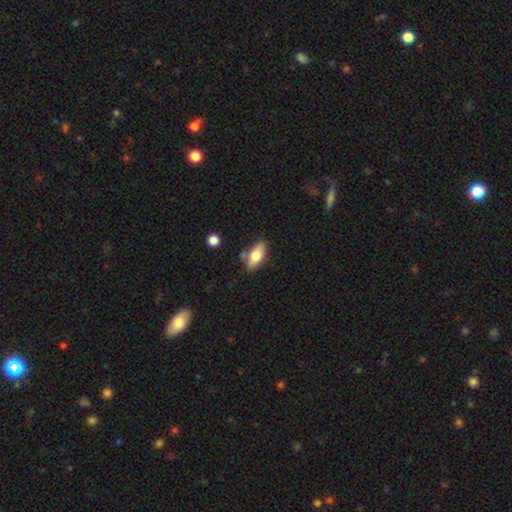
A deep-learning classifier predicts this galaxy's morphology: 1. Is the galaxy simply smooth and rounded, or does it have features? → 72% smooth, 21% featured or disk, 7% star or artifact.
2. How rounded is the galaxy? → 84% in between, 12% cigar-shaped, 4% round.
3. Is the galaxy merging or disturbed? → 74% none, 16% minor disturbance, 7% merger, 3% major disturbance.